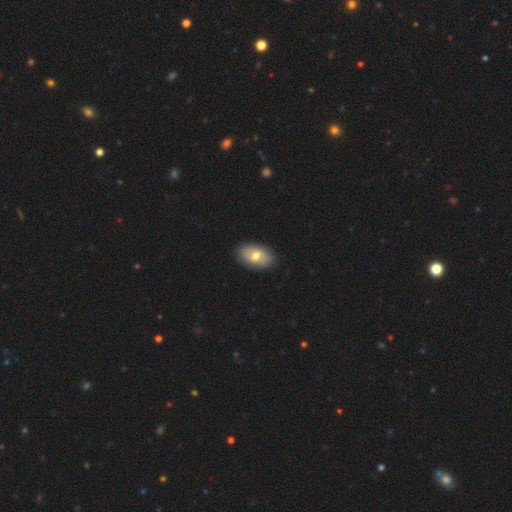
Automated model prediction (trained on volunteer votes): A smooth galaxy with no disk features (64%) that is in between round and cigar-shaped (90%). Merging: none (87%).